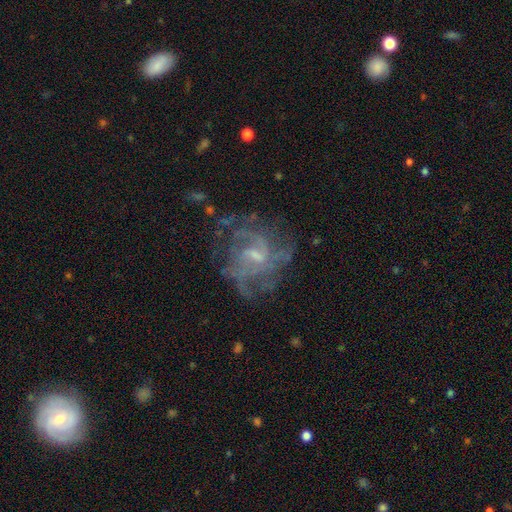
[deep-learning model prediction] Q: Smooth or featured?
A: featured or disk (81%); runner-up: smooth (10%)
Q: Edge-on disk?
A: no (98%); runner-up: yes (2%)
Q: Bar?
A: weak (57%); runner-up: no (31%)
Q: Spiral arms?
A: yes (85%); runner-up: no (15%)
Q: Spiral winding?
A: medium (46%); runner-up: tight (32%)
Q: Spiral arm count?
A: can't tell (39%); runner-up: 3 (19%)
Q: Bulge size?
A: small (51%); runner-up: moderate (31%)
Q: Merging?
A: none (58%); runner-up: major disturbance (21%)